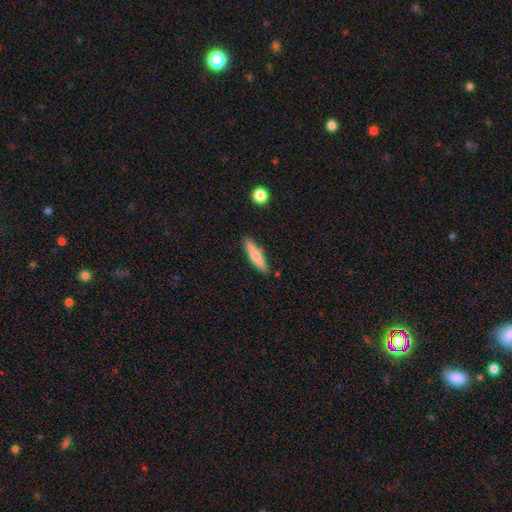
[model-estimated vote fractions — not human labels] Q: Smooth or featured?
A: smooth (70%); runner-up: featured or disk (24%)
Q: How rounded?
A: cigar-shaped (85%); runner-up: in between (14%)
Q: Merging?
A: none (85%); runner-up: minor disturbance (11%)